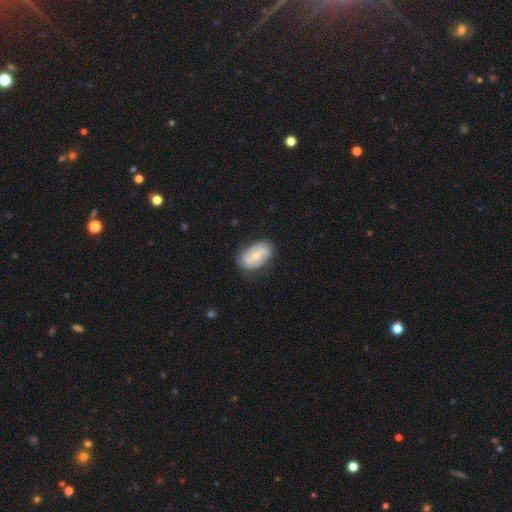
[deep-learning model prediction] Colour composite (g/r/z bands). It shows a featured or disk galaxy (60%) with a weak bar (41%), spiral arms (64%) and a moderate central bulge (66%). Merging: none (71%).